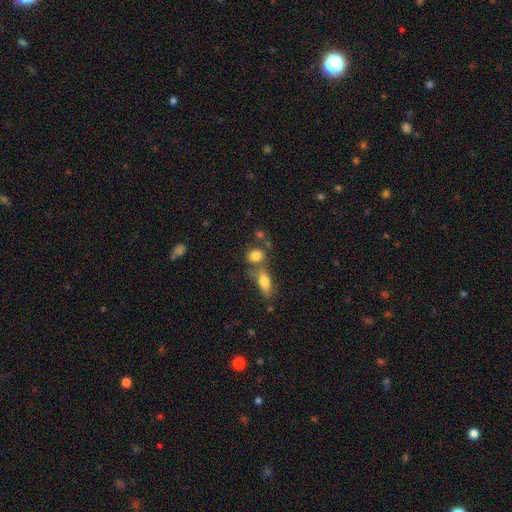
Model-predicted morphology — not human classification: The model was most divided on "how rounded" (2-way tie): in between: 48%, round: 48%, cigar-shaped: 3%. More confident: smooth or featured — smooth (82%); merging — none (52%).